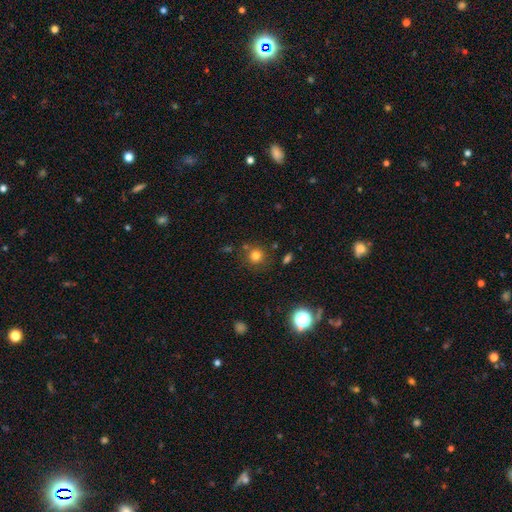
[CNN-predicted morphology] Overall: smooth (78%). How rounded: round (91%). Merging: none (79%).